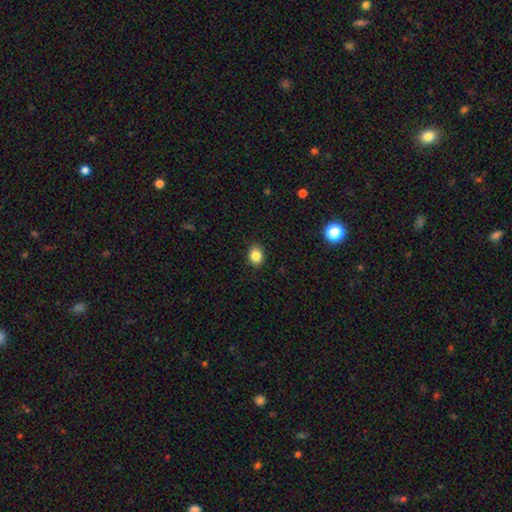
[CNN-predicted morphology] Overall: smooth (85%). How rounded: round (59%; in between 40%). Merging: none (89%).